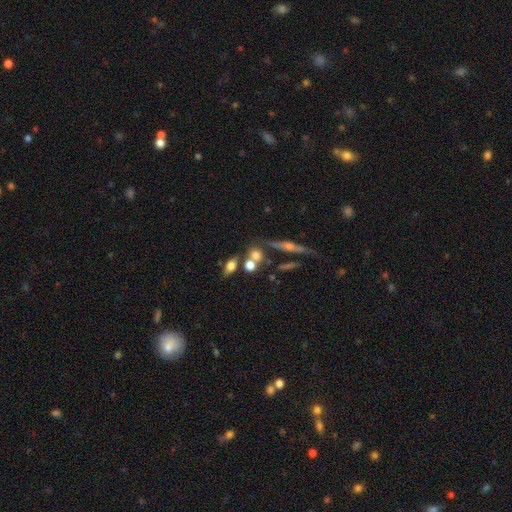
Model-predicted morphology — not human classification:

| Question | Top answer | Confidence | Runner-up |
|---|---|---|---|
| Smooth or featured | smooth | 65% | featured or disk (22%) |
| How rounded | round | 56% | in between (36%) |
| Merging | none | 50% | merger (33%) |